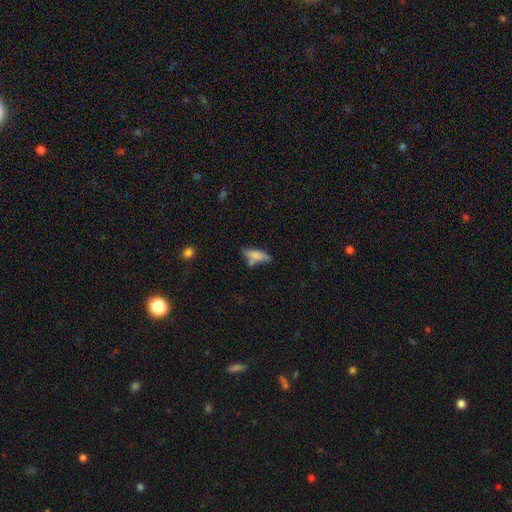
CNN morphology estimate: Smooth or featured? Predicted: smooth (p=0.76). How rounded? Predicted: in between (p=0.55). Merging? Predicted: none (p=0.50).